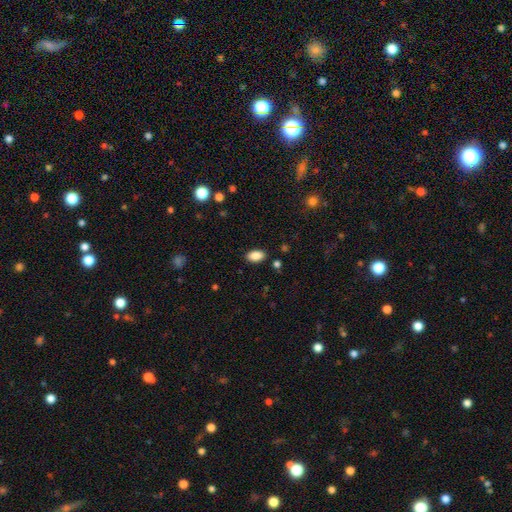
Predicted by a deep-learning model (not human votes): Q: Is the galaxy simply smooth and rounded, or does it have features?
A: smooth — 87%.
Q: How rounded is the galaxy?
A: in between — 92%.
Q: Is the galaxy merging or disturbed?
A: none — 87%.